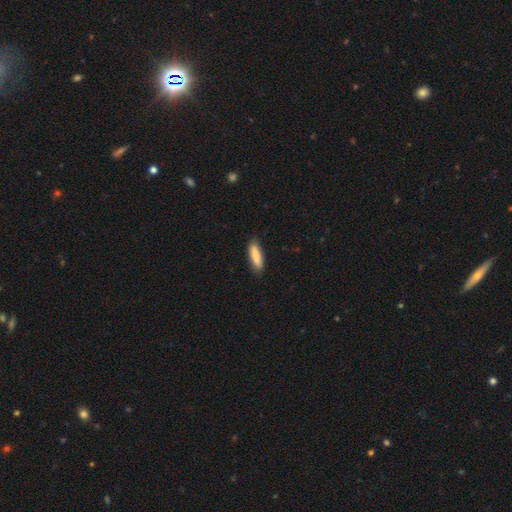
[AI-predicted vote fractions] This appears to be a smooth galaxy with no disk features (83%) that is cigar-shaped (62%). Merging: none (86%).